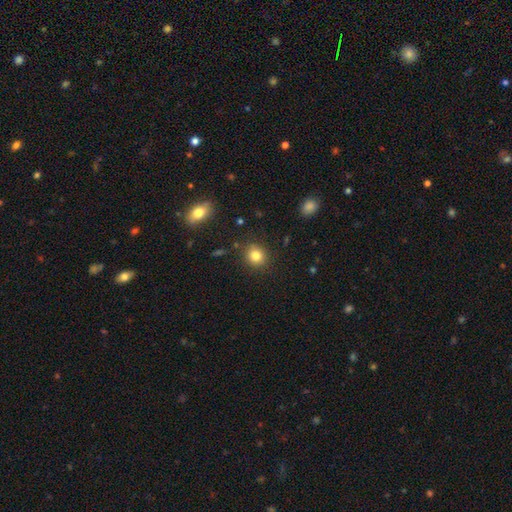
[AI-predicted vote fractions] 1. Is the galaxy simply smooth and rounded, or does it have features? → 82% smooth, 11% star or artifact, 7% featured or disk.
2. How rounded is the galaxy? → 80% round, 19% in between, 1% cigar-shaped.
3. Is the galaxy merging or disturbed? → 87% none, 8% minor disturbance, 3% major disturbance, 2% merger.